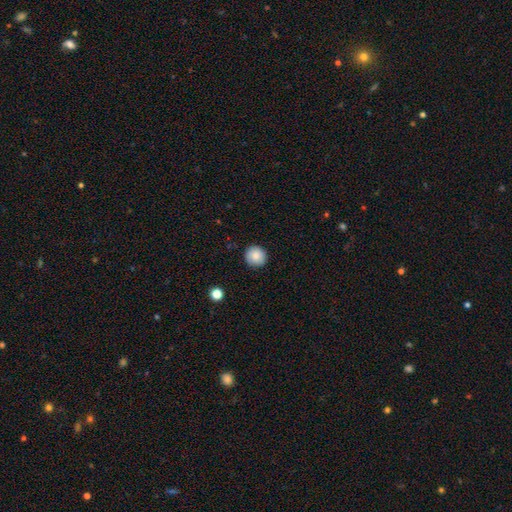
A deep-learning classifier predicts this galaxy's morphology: smooth-or-featured: smooth: 86% | star or artifact: 8% | featured or disk: 6%
  how-rounded: round: 92% | in between: 7% | cigar-shaped: 1%
  merging: none: 90% | minor disturbance: 7% | major disturbance: 2% | merger: 1%